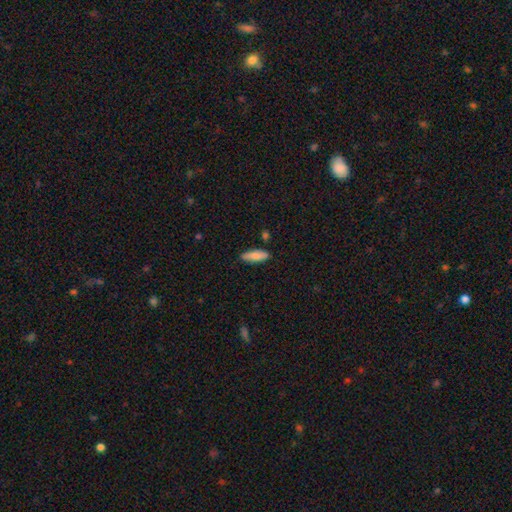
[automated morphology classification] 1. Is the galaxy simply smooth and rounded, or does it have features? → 81% smooth, 13% featured or disk, 6% star or artifact.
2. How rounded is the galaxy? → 52% in between, 46% cigar-shaped, 2% round.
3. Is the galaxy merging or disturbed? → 81% none, 14% minor disturbance, 3% merger, 2% major disturbance.